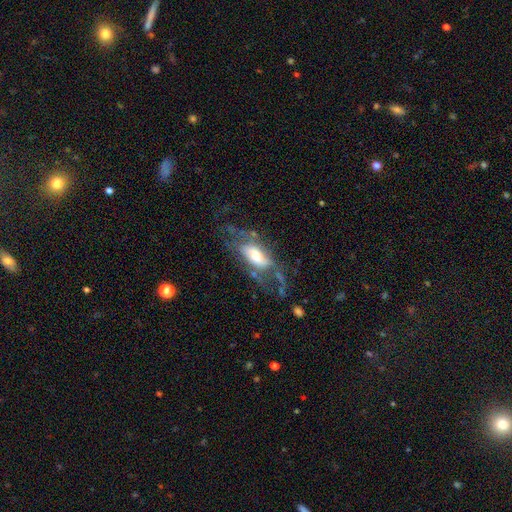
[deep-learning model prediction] A featured or disk galaxy (58%). Merging: none (38%).